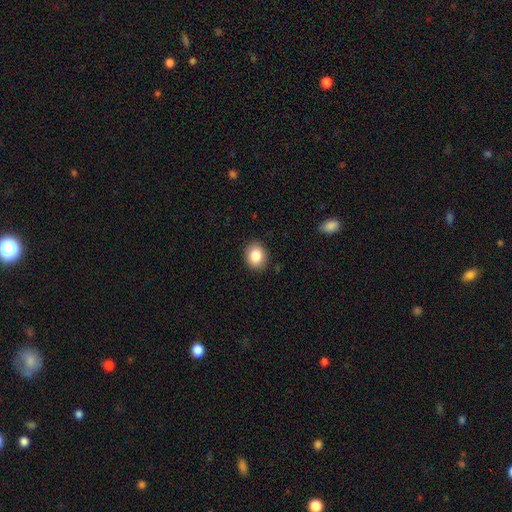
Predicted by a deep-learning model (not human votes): A smooth galaxy with no disk features (85%) that is round (55%). Merging: none (88%).